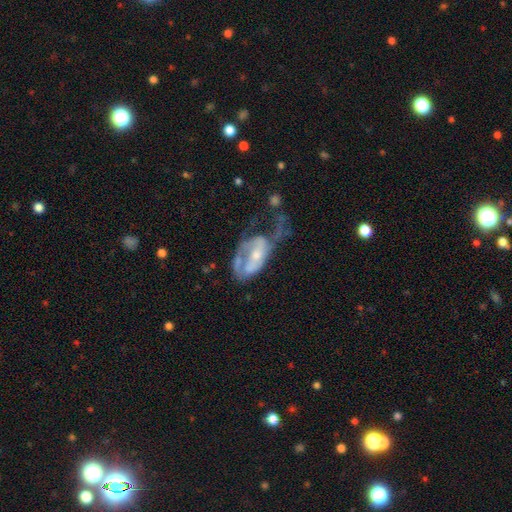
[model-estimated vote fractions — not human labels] A featured or disk galaxy (70%) with no bar (59%), spiral arms (65%) and a moderate central bulge (45%). Merging: major disturbance (54%).